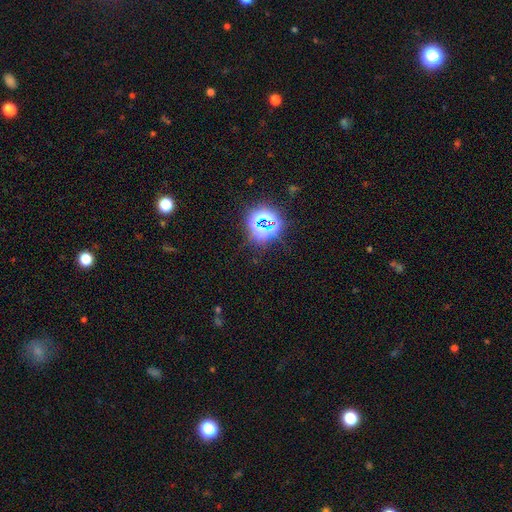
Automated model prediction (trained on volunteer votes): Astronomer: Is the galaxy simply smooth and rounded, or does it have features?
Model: star or artifact — 78%.